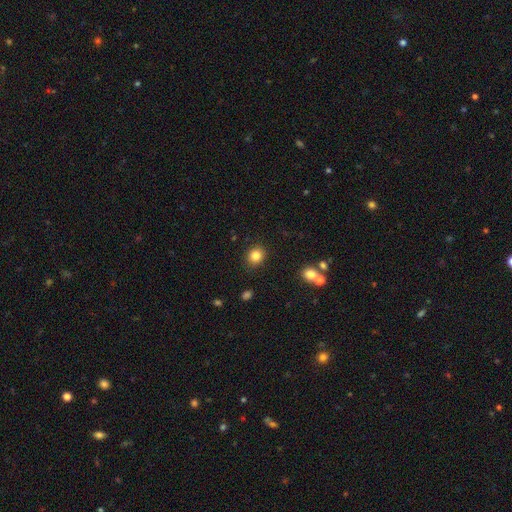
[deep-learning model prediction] This appears to be a smooth galaxy with no disk features (84%) that is round (77%). Merging: none (88%).